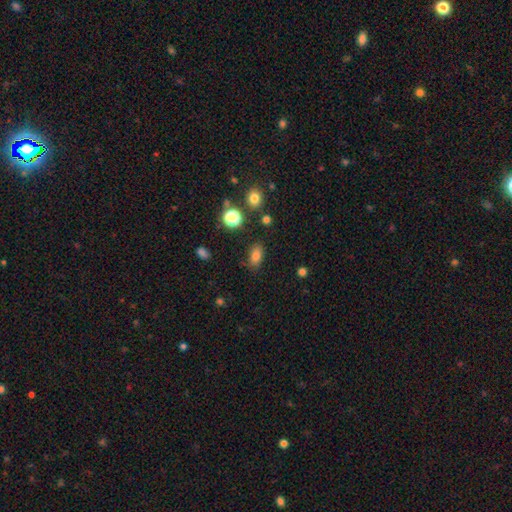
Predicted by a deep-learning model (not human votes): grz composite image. It shows a smooth galaxy with no disk features (79%) that is in between round and cigar-shaped (84%). Merging: none (78%).